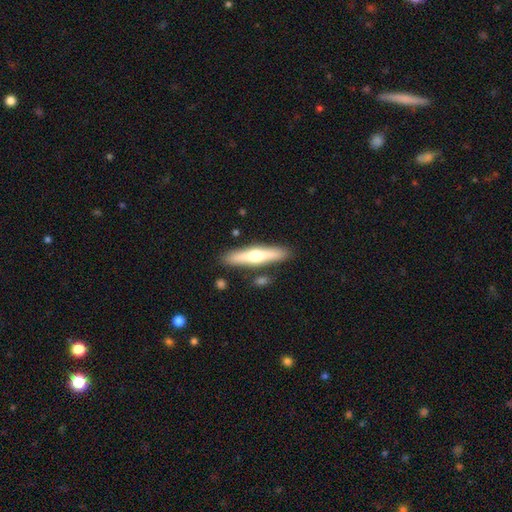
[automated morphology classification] smooth-or-featured: featured or disk: 51% | smooth: 44% | star or artifact: 5%
  disk-edge-on: yes: 93% | no: 7%
  merging: none: 85% | minor disturbance: 9% | merger: 4% | major disturbance: 2%